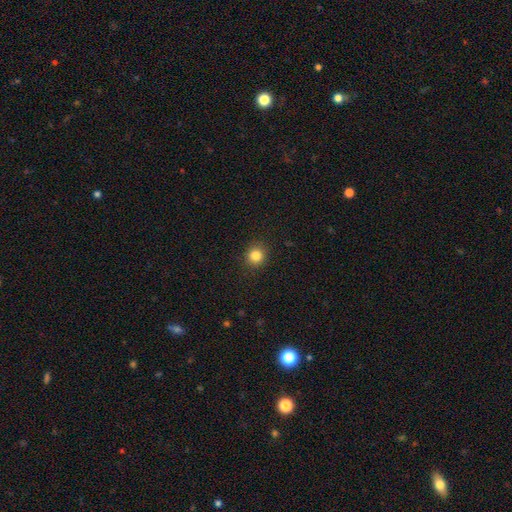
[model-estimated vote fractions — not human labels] smooth-or-featured: smooth: 84% | star or artifact: 11% | featured or disk: 5%
  how-rounded: round: 90% | in between: 9% | cigar-shaped: 1%
  merging: none: 91% | minor disturbance: 6% | major disturbance: 2% | merger: 1%